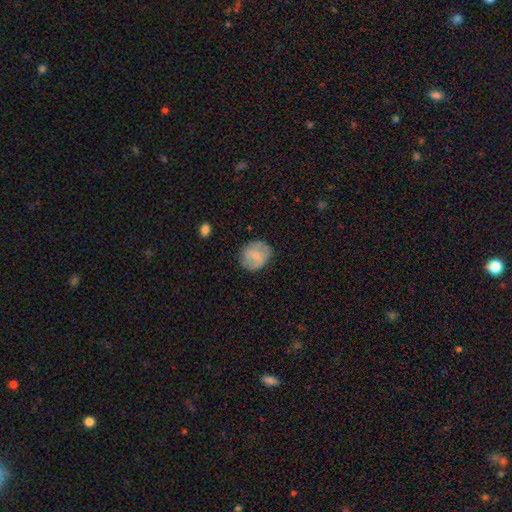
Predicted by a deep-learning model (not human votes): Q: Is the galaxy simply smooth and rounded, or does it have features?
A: smooth — 67%.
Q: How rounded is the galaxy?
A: round — 72%.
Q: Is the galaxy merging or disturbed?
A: none — 76%.